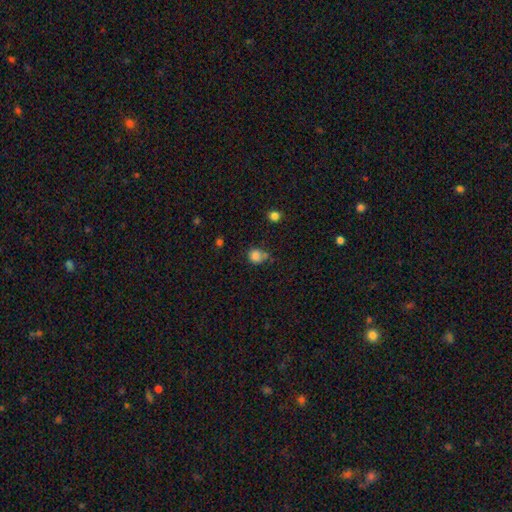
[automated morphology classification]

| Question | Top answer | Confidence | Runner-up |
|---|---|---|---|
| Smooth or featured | smooth | 82% | star or artifact (11%) |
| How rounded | round | 73% | in between (26%) |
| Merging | none | 51% | minor disturbance (28%) |